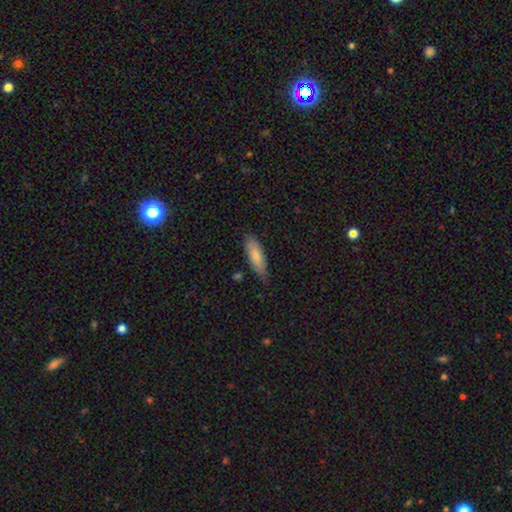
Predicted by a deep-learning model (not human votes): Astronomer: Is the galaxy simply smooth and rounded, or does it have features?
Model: smooth — 81%.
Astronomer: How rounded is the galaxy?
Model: in between — 59% (runner-up: cigar-shaped, 39%).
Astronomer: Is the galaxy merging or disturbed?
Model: none — 71%.